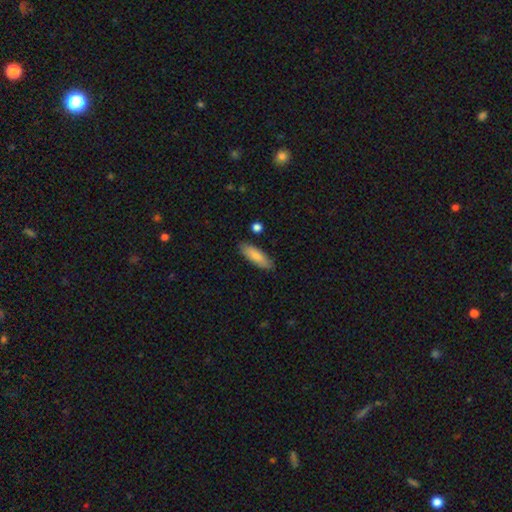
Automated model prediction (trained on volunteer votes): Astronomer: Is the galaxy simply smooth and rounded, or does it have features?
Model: smooth — 81%.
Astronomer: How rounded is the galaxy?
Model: in between — 57% (runner-up: cigar-shaped, 42%).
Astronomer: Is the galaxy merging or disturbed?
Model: none — 84%.